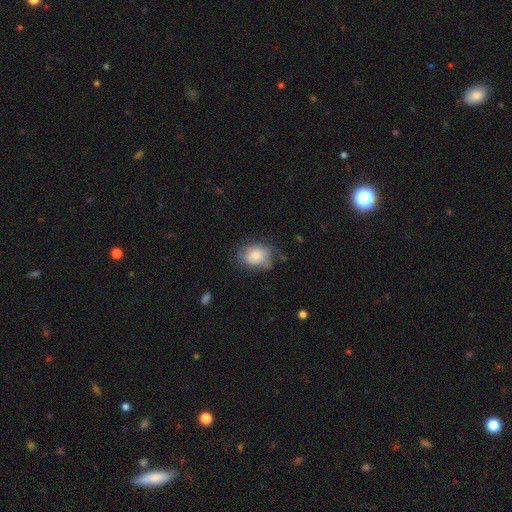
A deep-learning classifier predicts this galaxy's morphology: smooth-or-featured: smooth: 76% | featured or disk: 16% | star or artifact: 8%
  how-rounded: in between: 61% | round: 38% | cigar-shaped: 1%
  merging: none: 58% | minor disturbance: 29% | major disturbance: 11% | merger: 2%